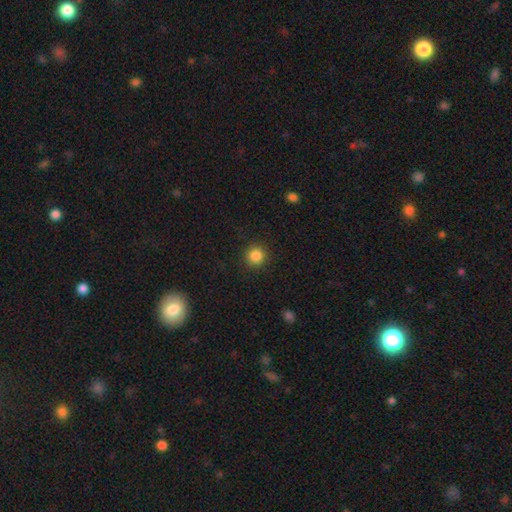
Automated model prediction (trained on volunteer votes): Q: Smooth or featured?
A: smooth (85%); runner-up: star or artifact (11%)
Q: How rounded?
A: round (94%); runner-up: in between (5%)
Q: Merging?
A: none (91%); runner-up: minor disturbance (6%)